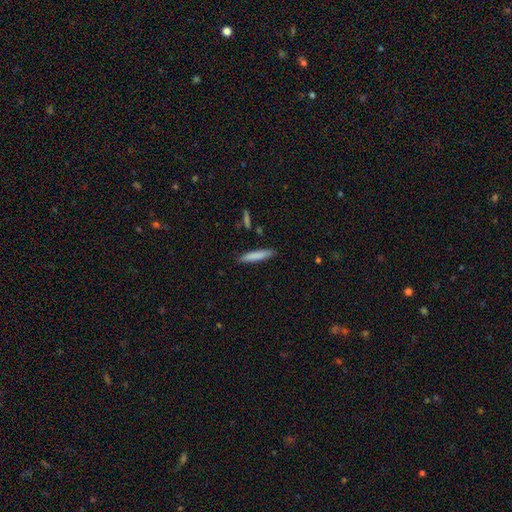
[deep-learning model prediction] smooth-or-featured: smooth: 82% | featured or disk: 12% | star or artifact: 6%
  how-rounded: cigar-shaped: 89% | in between: 10% | round: 1%
  merging: none: 88% | minor disturbance: 9% | merger: 2% | major disturbance: 2%